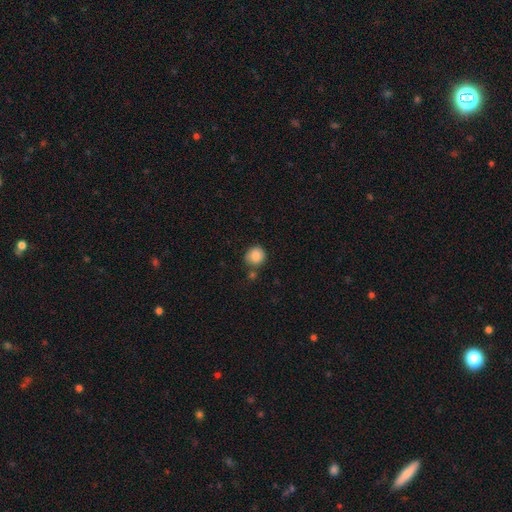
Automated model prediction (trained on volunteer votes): A smooth galaxy with no disk features (86%) that is round (89%).

Vote fractions:
- Smooth or featured? smooth: 86% / star or artifact: 9% / featured or disk: 5%
- How rounded? round: 89% / in between: 10% / cigar-shaped: 1%
- Merging? none: 72% / minor disturbance: 13% / merger: 11% / major disturbance: 4%